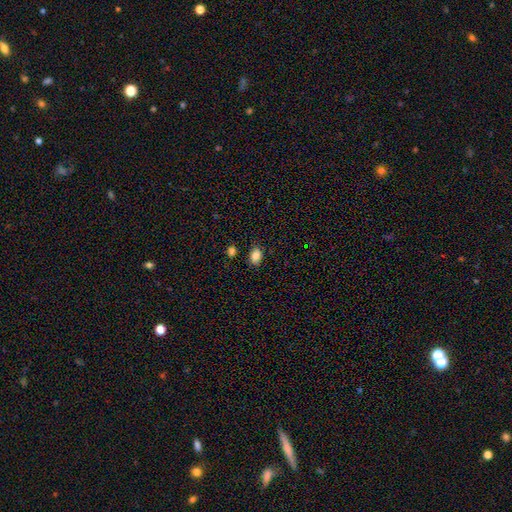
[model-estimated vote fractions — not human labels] smooth-or-featured: smooth: 86% | star or artifact: 9% | featured or disk: 5%
  how-rounded: in between: 80% | round: 19% | cigar-shaped: 1%
  merging: none: 84% | minor disturbance: 10% | merger: 3% | major disturbance: 3%